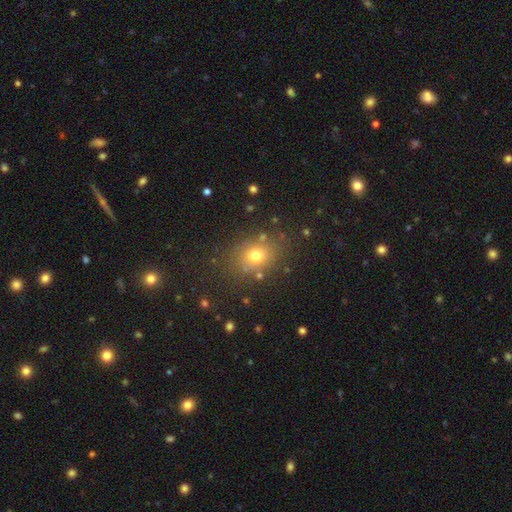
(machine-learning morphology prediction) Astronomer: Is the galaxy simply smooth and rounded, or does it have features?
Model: smooth — 71%.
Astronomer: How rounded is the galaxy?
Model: round — 56% (runner-up: in between, 43%).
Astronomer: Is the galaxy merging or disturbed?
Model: none — 81%.